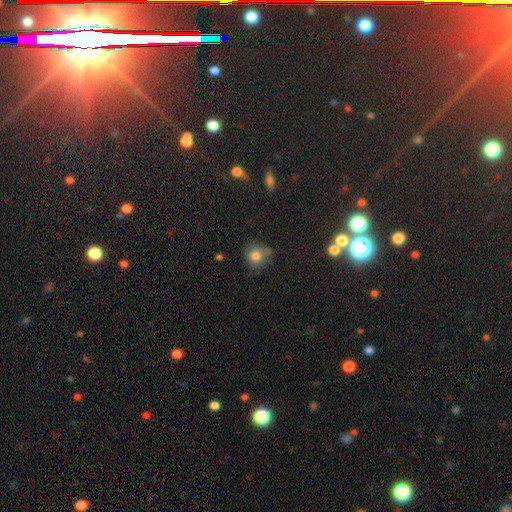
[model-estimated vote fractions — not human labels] Smooth or featured?
  - smooth: 77% *
  - star or artifact: 13%
  - featured or disk: 10%
How rounded?
  - round: 85% *
  - in between: 14%
  - cigar-shaped: 1%
Merging?
  - none: 65% *
  - minor disturbance: 22%
  - merger: 7%
  - major disturbance: 6%